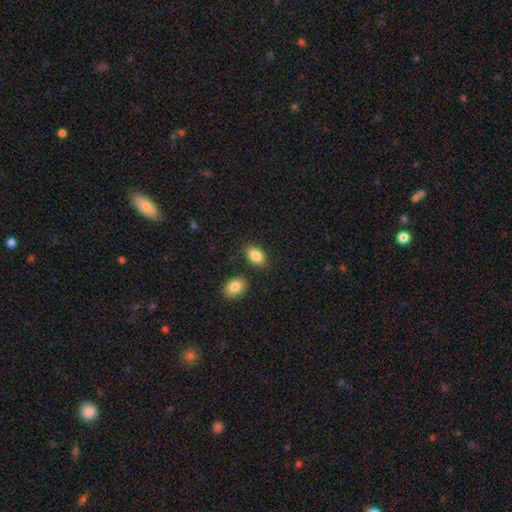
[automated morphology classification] Overall: smooth (86%). How rounded: in between (88%). Merging: none (82%).